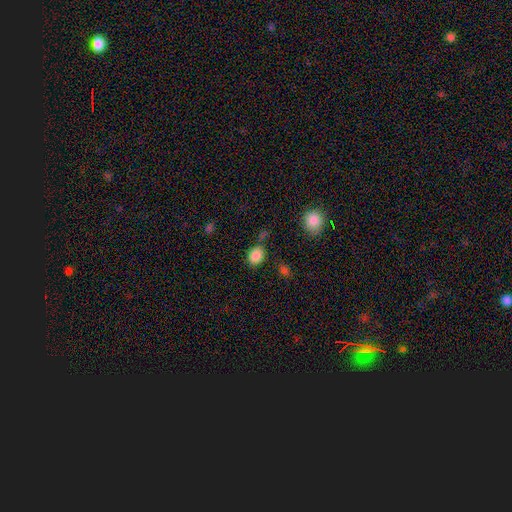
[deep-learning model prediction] Smooth or featured? smooth (86%)
How rounded? in between (56%)
Merging? none (75%)